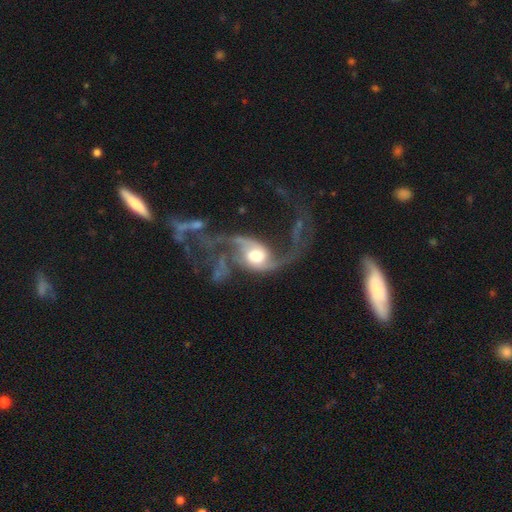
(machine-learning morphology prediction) smooth-or-featured: featured or disk: 84% | smooth: 10% | star or artifact: 6%
  disk-edge-on: no: 97% | yes: 3%
    bar: no: 63% | weak: 28% | strong: 9%
    has-spiral-arms: yes: 93% | no: 7%
      spiral-winding: loose: 70% | medium: 24% | tight: 6%
      spiral-arm-count: 2: 75% | 3: 7% | can't tell: 6% | 1: 6% | 4: 3% | more than 4: 3%
    bulge-size: large: 52% | moderate: 29% | dominant: 13% | small: 4% | none: 2%
  merging: major disturbance: 41% | none: 30% | merger: 16% | minor disturbance: 14%